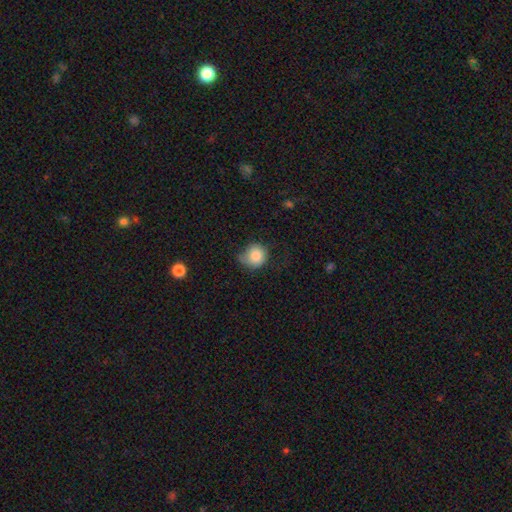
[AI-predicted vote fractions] Smooth or featured: smooth — 84% (star or artifact — 8%)
How rounded: round — 81% (in between — 18%)
Merging: none — 49% (minor disturbance — 36%)